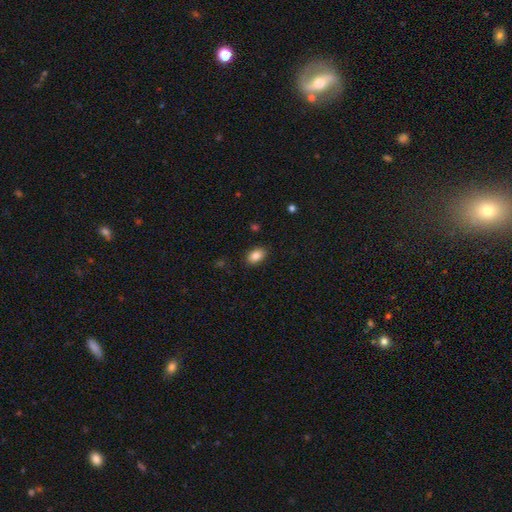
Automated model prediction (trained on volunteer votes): Smooth or featured: smooth — 86% (star or artifact — 8%)
How rounded: in between — 87% (round — 12%)
Merging: none — 87% (minor disturbance — 10%)